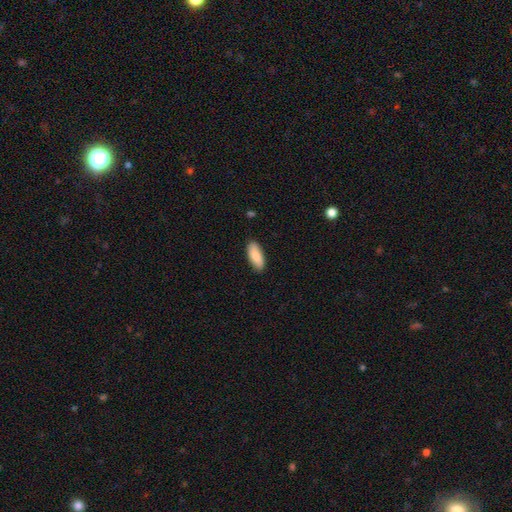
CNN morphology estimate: smooth_or_featured: smooth (p=0.85) [alt: featured or disk p=0.09]
how_rounded: in between (p=0.81) [alt: cigar-shaped p=0.18]
merging: none (p=0.87) [alt: minor disturbance p=0.10]